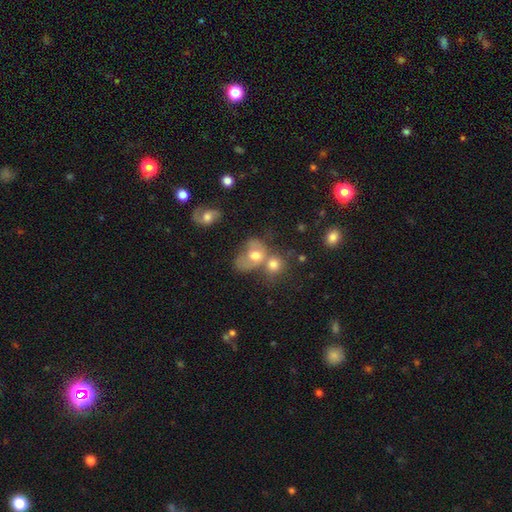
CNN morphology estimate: smooth_or_featured: smooth (p=0.60) [alt: featured or disk p=0.28]
how_rounded: in between (p=0.57) [alt: round p=0.42]
merging: merger (p=0.57) [alt: none p=0.20]